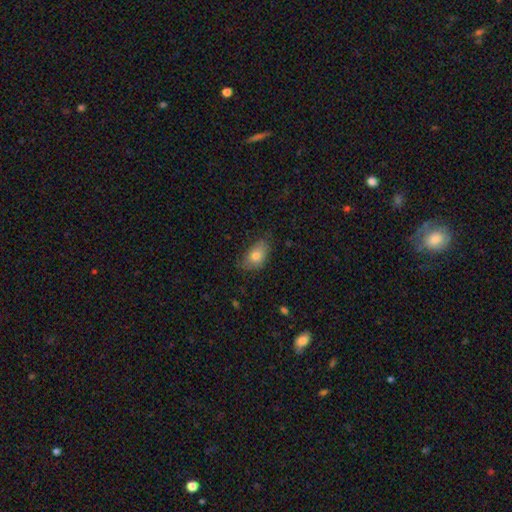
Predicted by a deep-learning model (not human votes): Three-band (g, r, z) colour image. It shows a smooth galaxy with no disk features (79%) that is in between round and cigar-shaped (88%). Merging: none (65%).